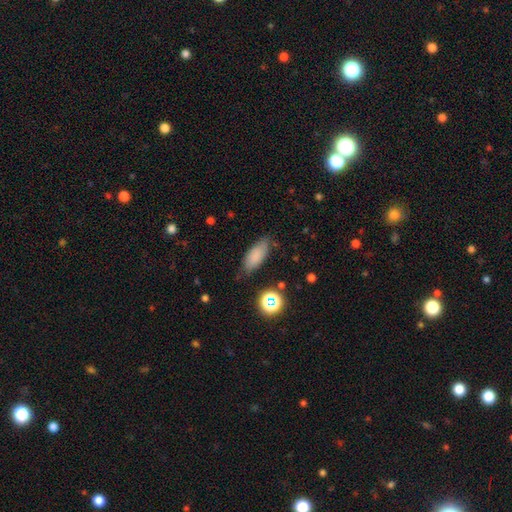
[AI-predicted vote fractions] A smooth galaxy with no disk features (81%) that is in between round and cigar-shaped (80%). Merging: none (74%).